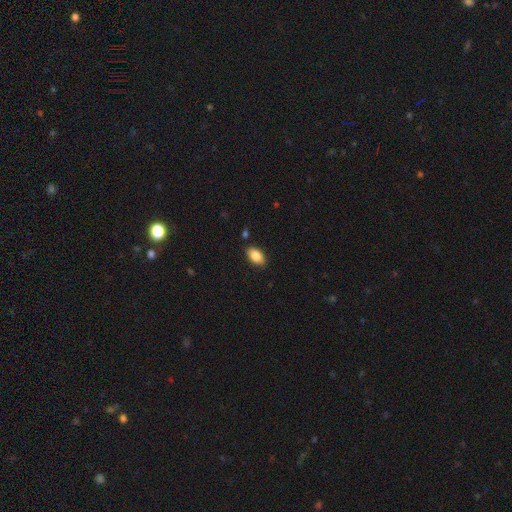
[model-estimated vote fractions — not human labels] smooth-or-featured: smooth: 85% | featured or disk: 8% | star or artifact: 7%
  how-rounded: in between: 92% | round: 5% | cigar-shaped: 3%
  merging: none: 84% | minor disturbance: 12% | major disturbance: 2% | merger: 2%